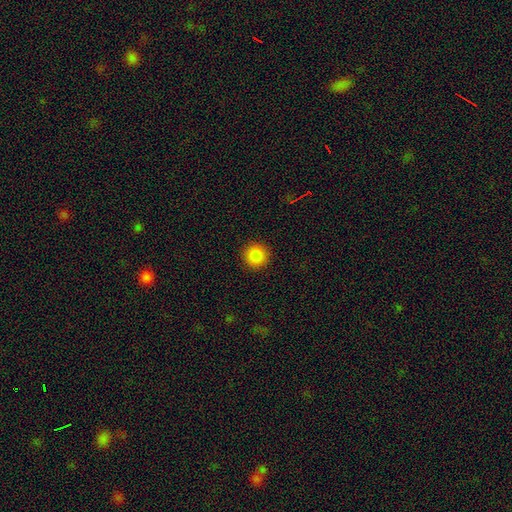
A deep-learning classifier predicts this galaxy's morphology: smooth 87%, star or artifact 10%, featured or disk 3%. Down the decision tree: how rounded — round (95%); merging — none (92%).